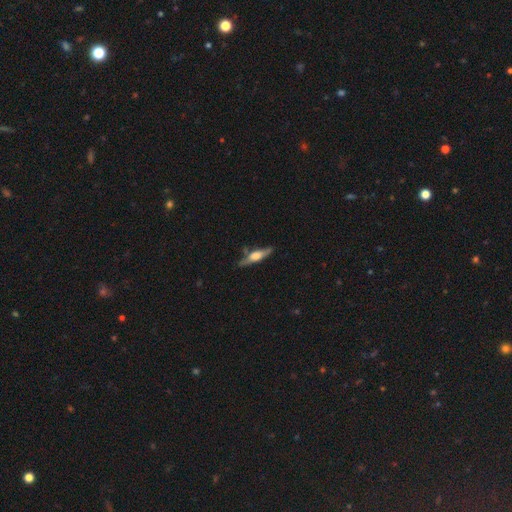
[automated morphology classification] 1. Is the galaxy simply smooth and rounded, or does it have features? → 63% featured or disk, 30% smooth, 6% star or artifact.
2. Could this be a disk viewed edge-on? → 94% yes, 6% no.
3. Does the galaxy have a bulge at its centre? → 73% rounded, 23% boxy, 4% none.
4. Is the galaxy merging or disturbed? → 75% none, 17% minor disturbance, 4% major disturbance, 4% merger.